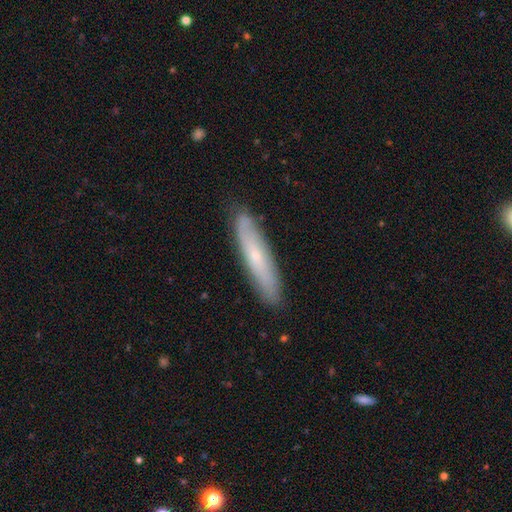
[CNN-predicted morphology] smooth_or_featured: featured or disk (p=0.50) [alt: smooth p=0.43]
merging: none (p=0.85) [alt: minor disturbance p=0.11]